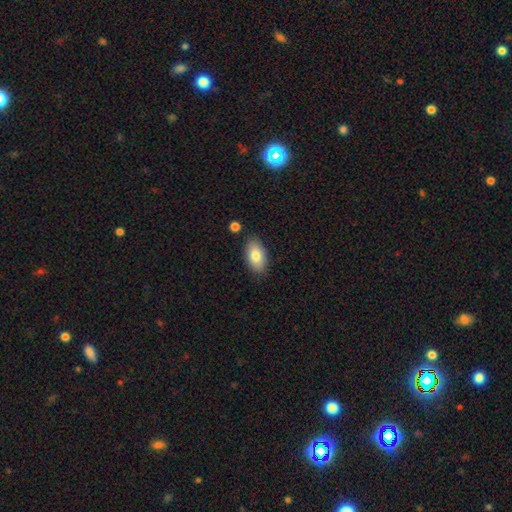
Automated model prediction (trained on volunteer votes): Overall: smooth (81%). How rounded: in between (93%). Merging: none (84%).